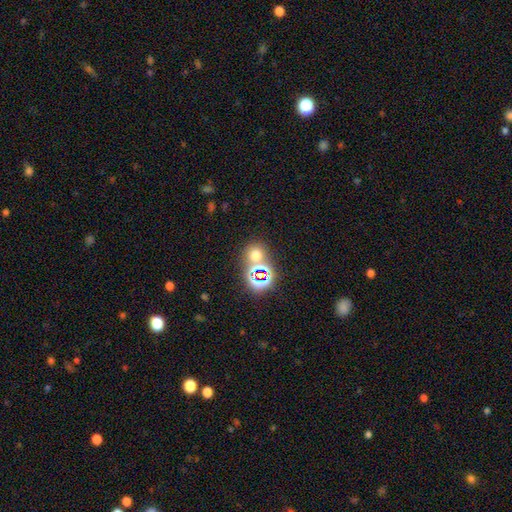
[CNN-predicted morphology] A smooth galaxy with no disk features (56%) that is round (82%). Merging: none (63%).